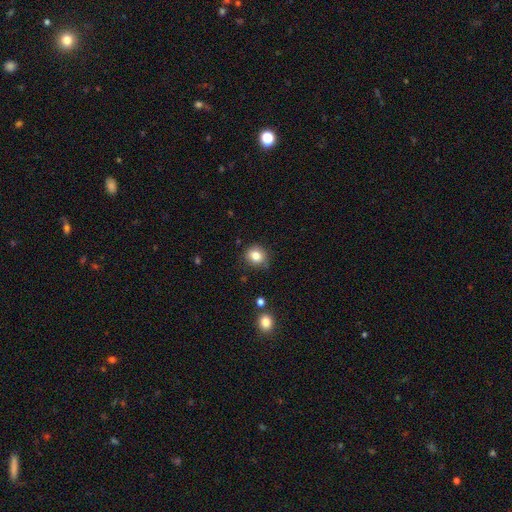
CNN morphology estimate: Smooth or featured?
  - smooth: 82% *
  - star or artifact: 11%
  - featured or disk: 7%
How rounded?
  - round: 76% *
  - in between: 23%
  - cigar-shaped: 1%
Merging?
  - none: 80% *
  - minor disturbance: 15%
  - major disturbance: 3%
  - merger: 2%